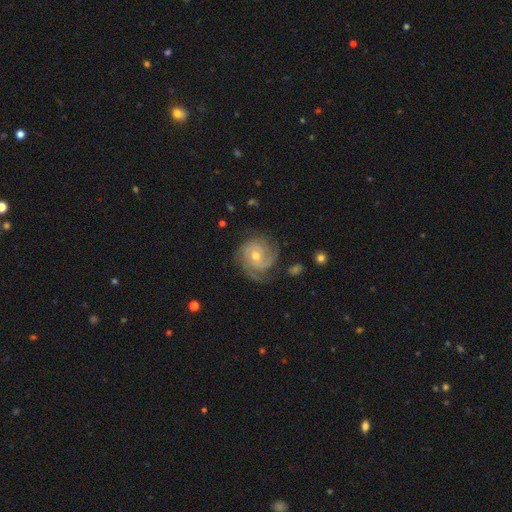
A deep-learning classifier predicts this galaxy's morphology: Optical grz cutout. It shows a featured or disk galaxy (87%) with no bar (70%), 3 (36%) tight (68%) spiral arms (97%) and a moderate central bulge (60%). Merging: none (73%).